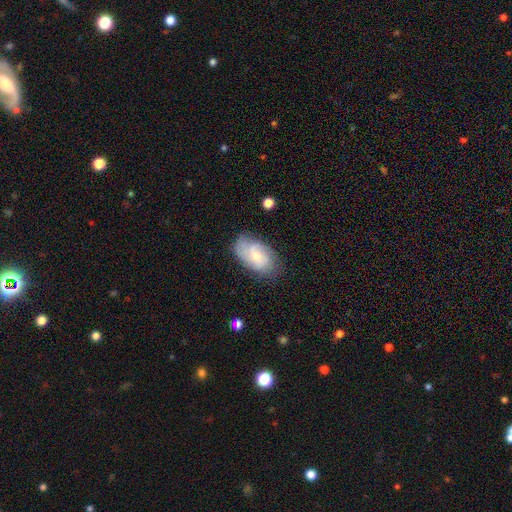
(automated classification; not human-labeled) The model was most divided on "smooth or featured": featured or disk: 55%, smooth: 37%, star or artifact: 7%. More confident: edge-on disk — no (95%); spiral arms — yes (83%); merging — none (71%); bar — no (62%); bulge size — small (61%).